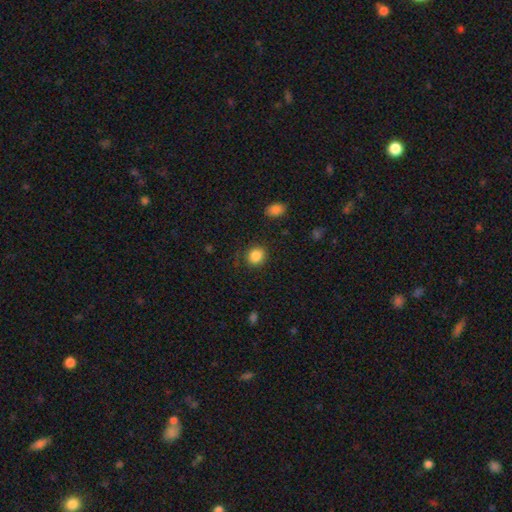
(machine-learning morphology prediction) smooth_or_featured: smooth (p=0.86) [alt: star or artifact p=0.10]
how_rounded: round (p=0.79) [alt: in between p=0.20]
merging: none (p=0.86) [alt: minor disturbance p=0.09]